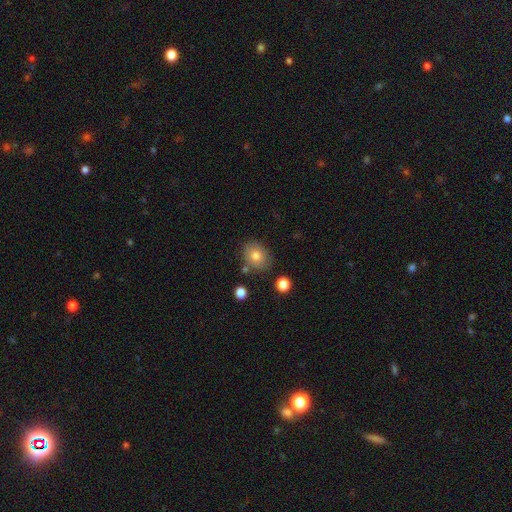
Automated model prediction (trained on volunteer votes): smooth_or_featured: smooth (p=0.77) [alt: featured or disk p=0.13]
how_rounded: round (p=0.57) [alt: in between p=0.42]
merging: none (p=0.77) [alt: minor disturbance p=0.14]